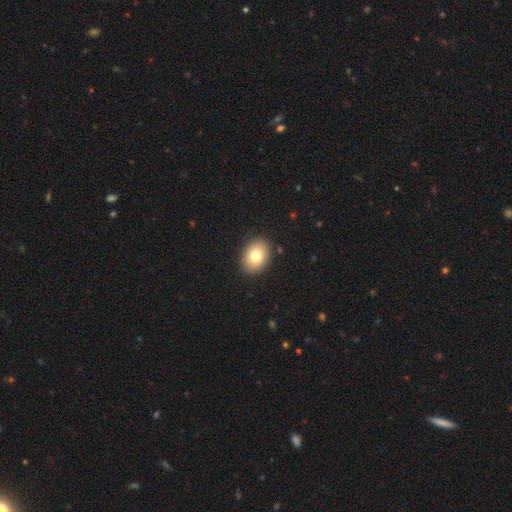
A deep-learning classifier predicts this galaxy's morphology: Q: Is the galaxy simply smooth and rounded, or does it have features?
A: smooth — 78%.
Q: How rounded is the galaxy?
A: in between — 67%.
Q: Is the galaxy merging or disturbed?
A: none — 89%.